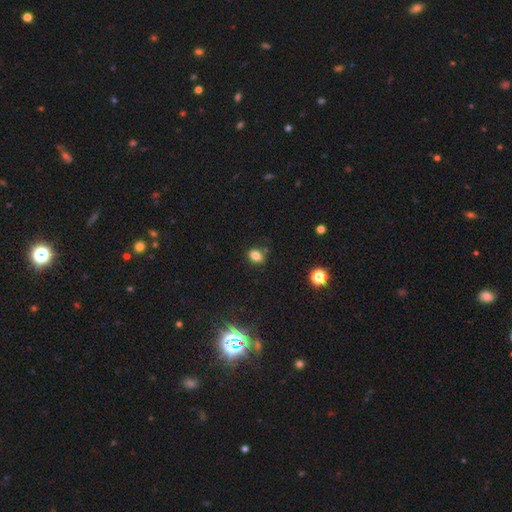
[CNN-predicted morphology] smooth 79%, star or artifact 13%, featured or disk 8%. Down the decision tree: how rounded — in between (69%); merging — none (77%).